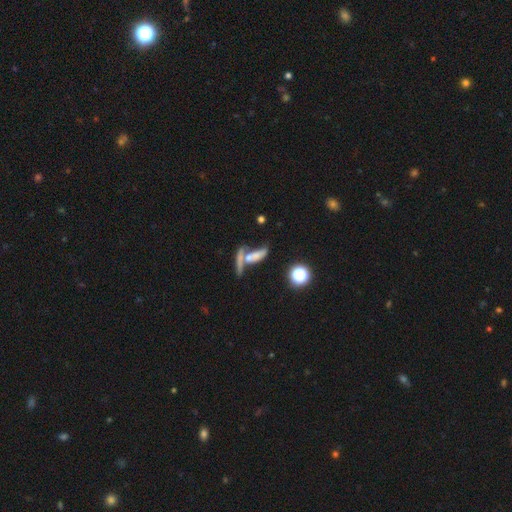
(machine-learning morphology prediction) This is possibly a smooth galaxy (48%). Merging: possibly merger (52%).